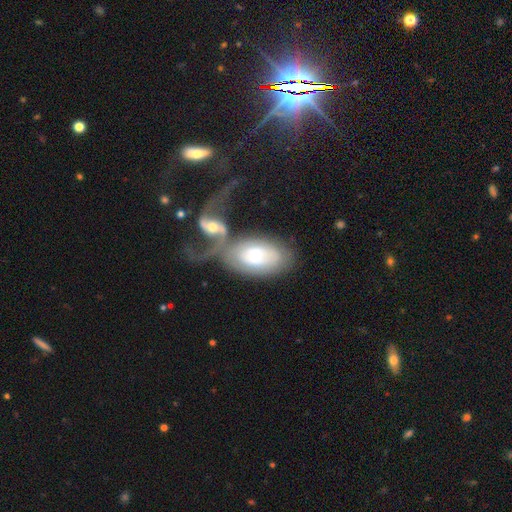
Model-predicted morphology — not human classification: Q: Smooth or featured?
A: featured or disk (59%); runner-up: smooth (35%)
Q: Edge-on disk?
A: no (92%); runner-up: yes (8%)
Q: Bar?
A: no (66%); runner-up: weak (25%)
Q: Spiral arms?
A: yes (69%); runner-up: no (31%)
Q: Bulge size?
A: moderate (47%); runner-up: small (44%)
Q: Merging?
A: merger (56%); runner-up: none (20%)